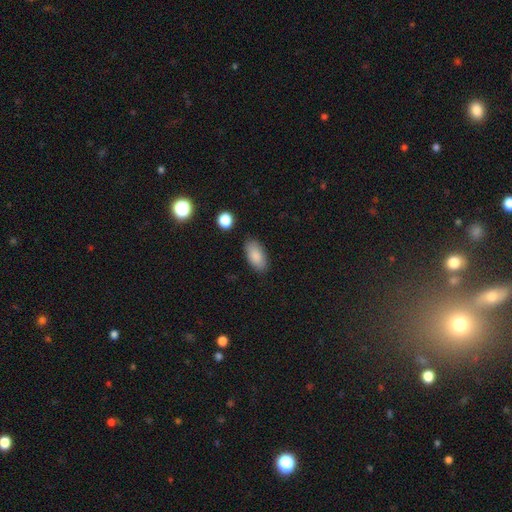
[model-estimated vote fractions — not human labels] smooth_or_featured: smooth (p=0.87) [alt: star or artifact p=0.07]
how_rounded: in between (p=0.93) [alt: cigar-shaped p=0.04]
merging: none (p=0.83) [alt: minor disturbance p=0.12]